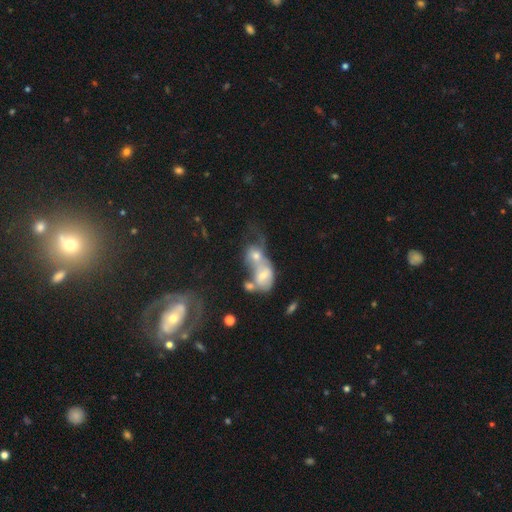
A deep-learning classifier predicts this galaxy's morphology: Smooth or featured: smooth — 49% (featured or disk — 39%)
Merging: merger — 77% (major disturbance — 10%)